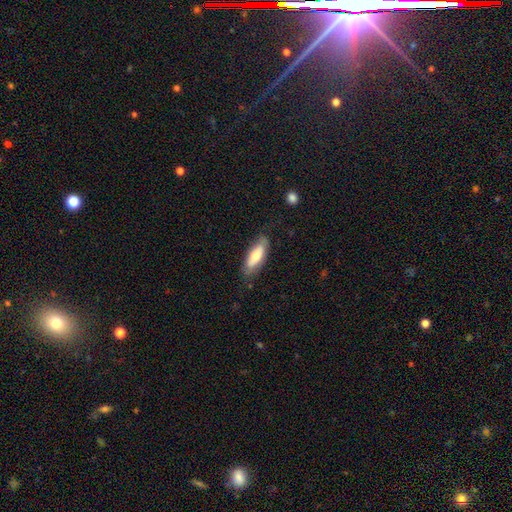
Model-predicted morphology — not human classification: Q: Smooth or featured?
A: smooth (63%); runner-up: featured or disk (32%)
Q: How rounded?
A: in between (66%); runner-up: cigar-shaped (32%)
Q: Merging?
A: none (74%); runner-up: minor disturbance (19%)